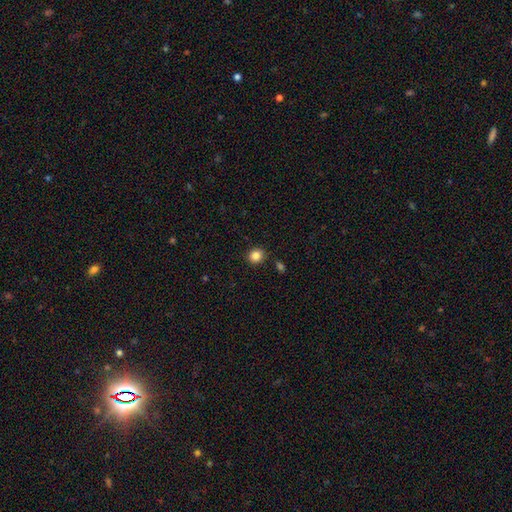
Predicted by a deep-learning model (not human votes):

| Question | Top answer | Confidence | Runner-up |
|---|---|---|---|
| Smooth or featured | smooth | 85% | star or artifact (11%) |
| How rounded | round | 83% | in between (16%) |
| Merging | none | 89% | minor disturbance (7%) |